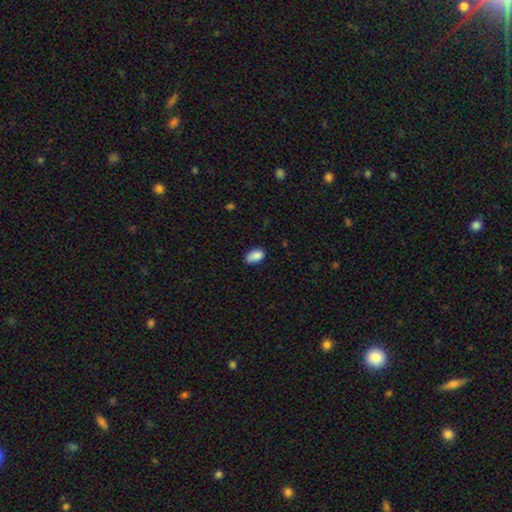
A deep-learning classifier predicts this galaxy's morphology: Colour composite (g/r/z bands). It shows a smooth galaxy with no disk features (88%) that is in between round and cigar-shaped (92%). Merging: none (76%).